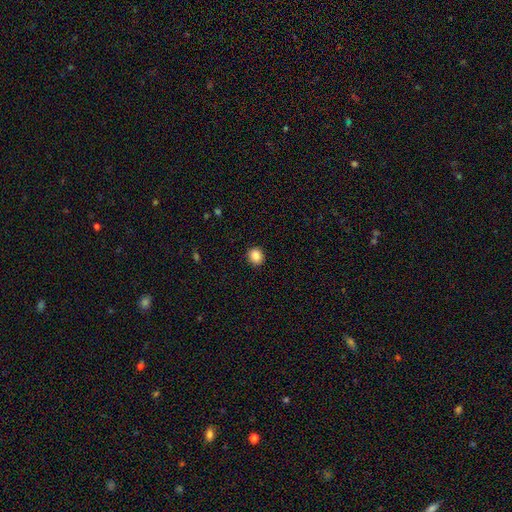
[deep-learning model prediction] Morphology: type=smooth (87%); roundness=round (79%); merging=none (90%).